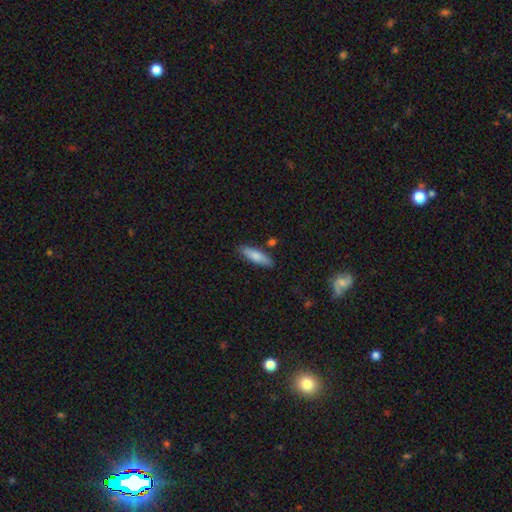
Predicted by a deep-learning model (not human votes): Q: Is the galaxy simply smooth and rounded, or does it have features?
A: smooth — 79%.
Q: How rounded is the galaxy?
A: cigar-shaped — 65%.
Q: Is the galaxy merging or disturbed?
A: none — 83%.